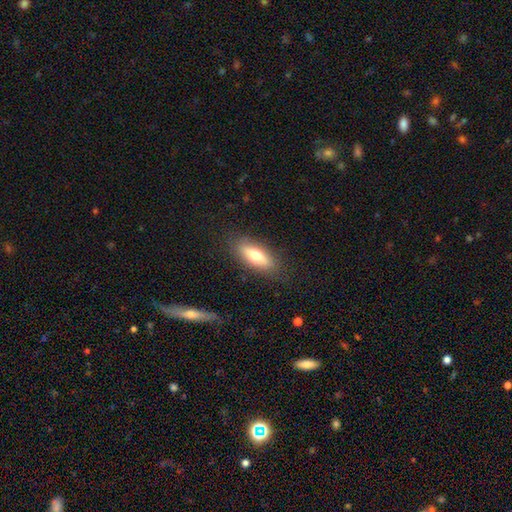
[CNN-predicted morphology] Smooth or featured?
  - smooth: 71% *
  - featured or disk: 22%
  - star or artifact: 7%
How rounded?
  - in between: 65% *
  - cigar-shaped: 32%
  - round: 3%
Merging?
  - none: 85% *
  - minor disturbance: 11%
  - major disturbance: 3%
  - merger: 1%